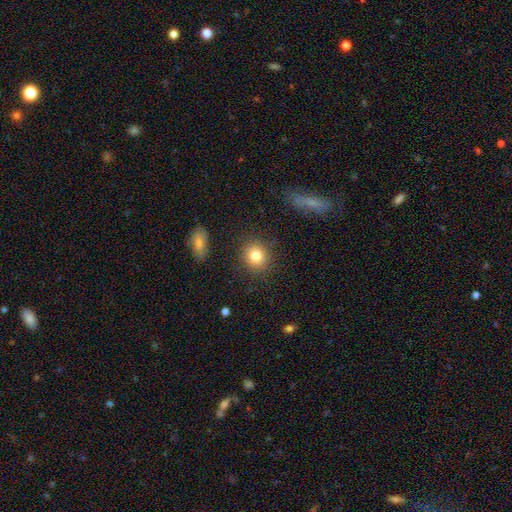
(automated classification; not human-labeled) A smooth galaxy with no disk features (82%) that is round (79%). Merging: none (87%).